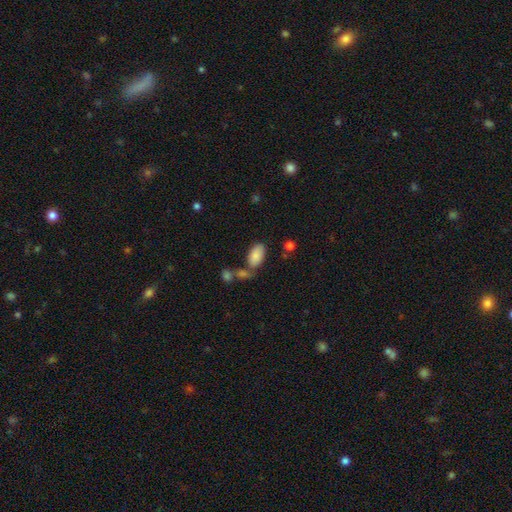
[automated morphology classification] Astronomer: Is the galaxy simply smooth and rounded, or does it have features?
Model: smooth — 86%.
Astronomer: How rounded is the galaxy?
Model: in between — 95%.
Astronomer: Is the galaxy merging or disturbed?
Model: none — 63%.